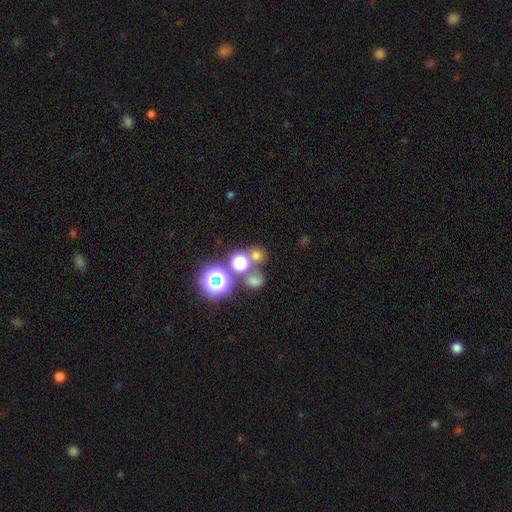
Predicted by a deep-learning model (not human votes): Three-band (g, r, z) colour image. It shows a smooth galaxy with no disk features (61%) that is round (83%). Merging: none (60%).